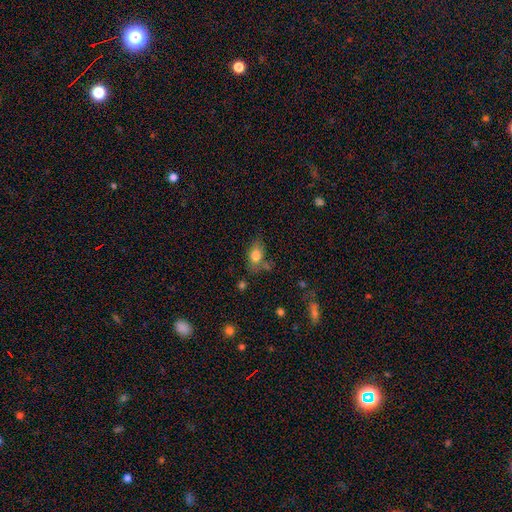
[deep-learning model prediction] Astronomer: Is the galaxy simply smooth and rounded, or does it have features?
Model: smooth — 78%.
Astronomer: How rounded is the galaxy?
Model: in between — 82%.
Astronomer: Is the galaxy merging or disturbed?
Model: none — 61%.